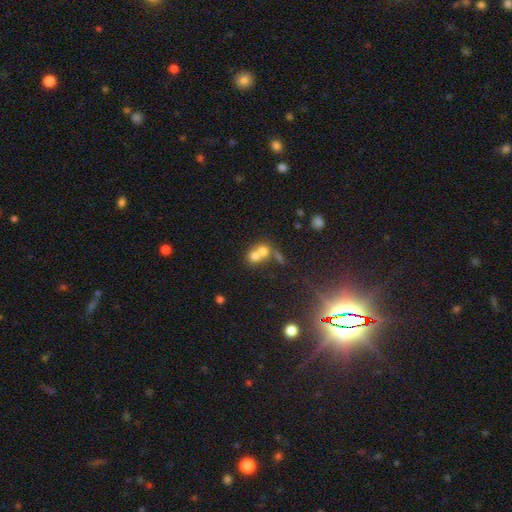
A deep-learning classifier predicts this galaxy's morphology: This appears to be a smooth galaxy with no disk features (67%) that is round (66%). Merging: merger (70%).